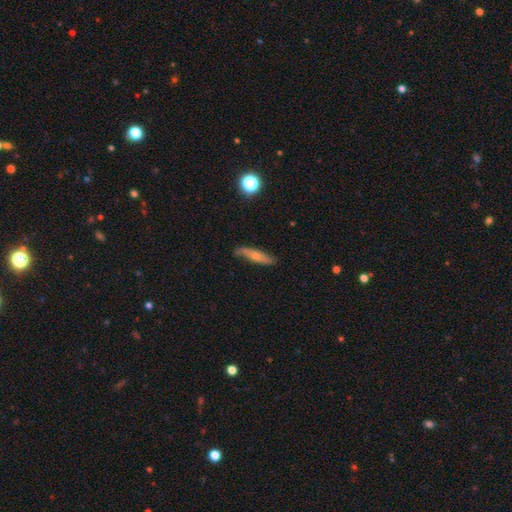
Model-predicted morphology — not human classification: smooth_or_featured: smooth (p=0.52) [alt: featured or disk p=0.41]
how_rounded: cigar-shaped (p=0.69) [alt: in between p=0.28]
merging: none (p=0.68) [alt: minor disturbance p=0.24]